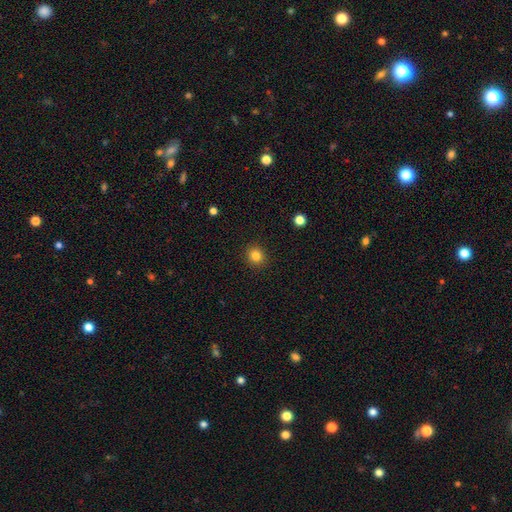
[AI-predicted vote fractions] Q: Smooth or featured?
A: smooth (83%); runner-up: star or artifact (12%)
Q: How rounded?
A: round (88%); runner-up: in between (11%)
Q: Merging?
A: none (92%); runner-up: minor disturbance (6%)